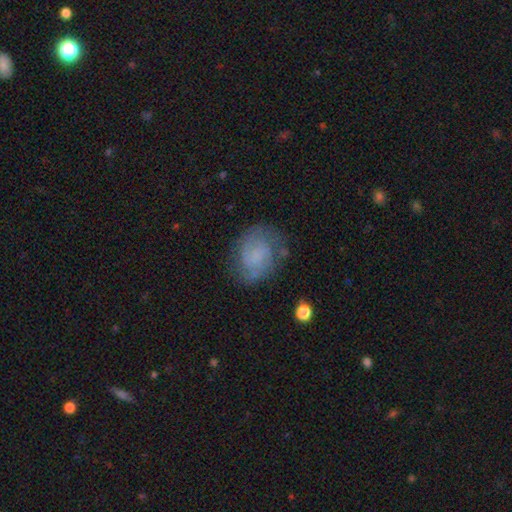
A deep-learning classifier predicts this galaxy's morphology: featured or disk 55%, smooth 35%, star or artifact 10%. Down the decision tree: edge-on disk — no (98%); bar — no (65%); spiral arms — yes (84%); bulge size — none (60%); merging — none (67%).